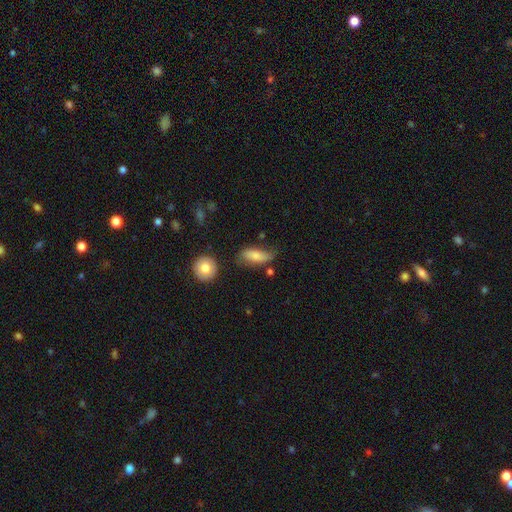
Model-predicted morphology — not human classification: smooth 75%, featured or disk 18%, star or artifact 7%. Down the decision tree: how rounded — in between (76%); merging — none (57%).